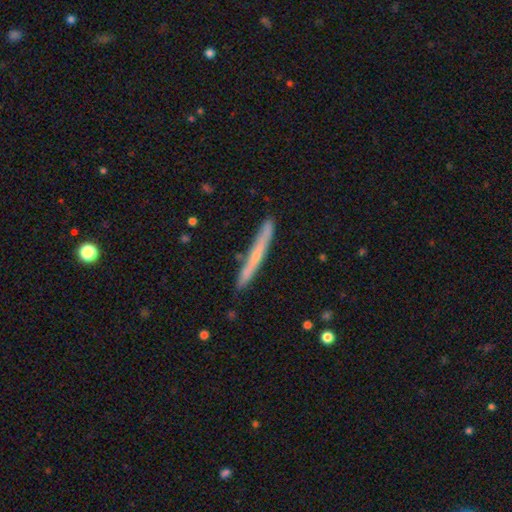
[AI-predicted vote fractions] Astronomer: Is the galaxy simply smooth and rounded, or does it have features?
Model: featured or disk — 52% (runner-up: smooth, 41%).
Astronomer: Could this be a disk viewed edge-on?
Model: yes — 95%.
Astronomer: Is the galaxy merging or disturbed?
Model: none — 85%.